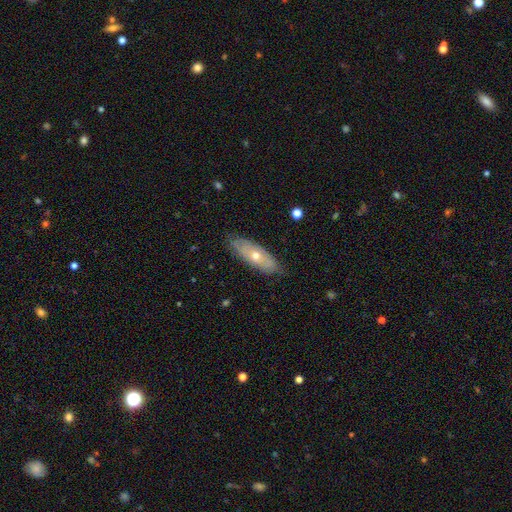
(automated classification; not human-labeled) This is possibly a featured or disk galaxy (54%). It is likely not viewed edge-on (70%). Merging: likely none (79%).